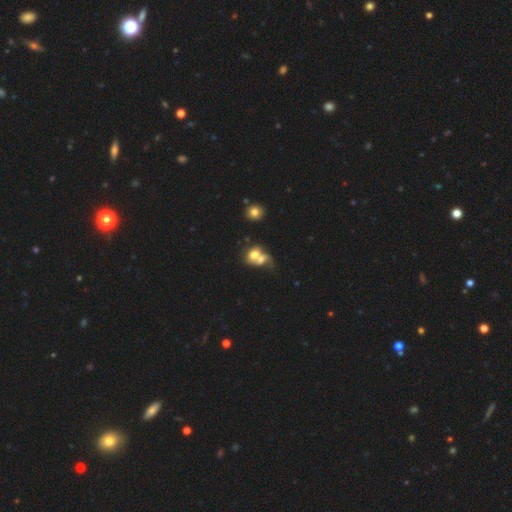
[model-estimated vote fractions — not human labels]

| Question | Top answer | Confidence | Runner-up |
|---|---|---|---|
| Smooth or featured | smooth | 55% | featured or disk (33%) |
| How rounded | in between | 55% | round (43%) |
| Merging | merger | 74% | none (12%) |